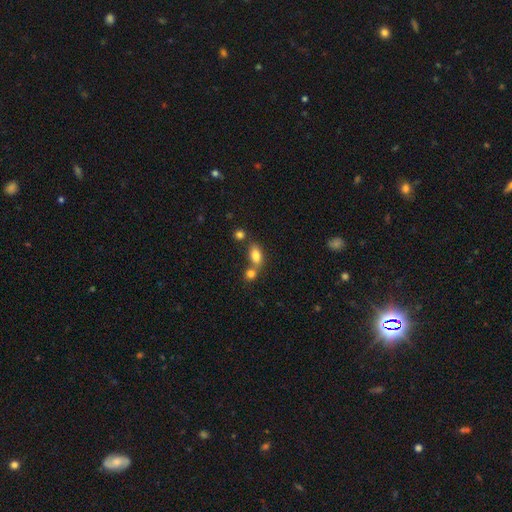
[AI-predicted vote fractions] smooth-or-featured: smooth: 81% | featured or disk: 10% | star or artifact: 9%
  how-rounded: in between: 85% | round: 10% | cigar-shaped: 5%
  merging: none: 46% | merger: 40% | minor disturbance: 11% | major disturbance: 4%